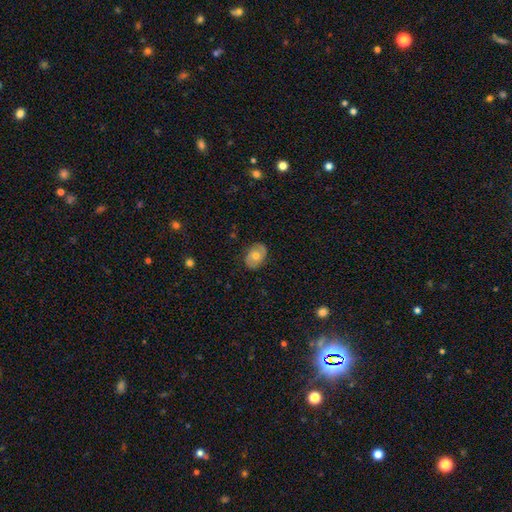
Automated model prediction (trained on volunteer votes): A smooth galaxy with no disk features (46%, tied with featured or disk).

Vote fractions:
- Smooth or featured? smooth: 46% (tied) / featured or disk: 46% (tied) / star or artifact: 8%
- Merging? none: 81% / minor disturbance: 14% / major disturbance: 3% / merger: 1%